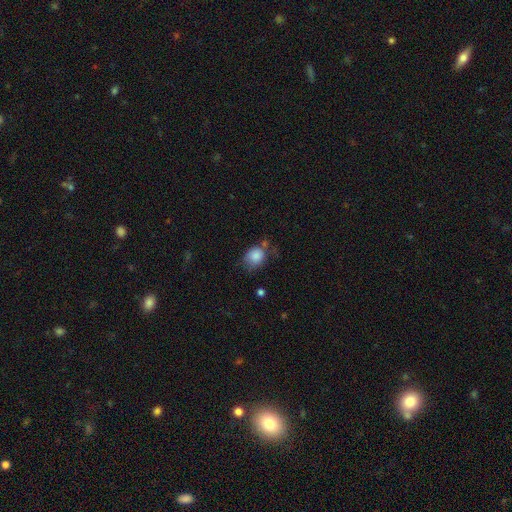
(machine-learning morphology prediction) Smooth or featured: smooth — 84% (star or artifact — 8%)
How rounded: round — 57% (in between — 42%)
Merging: none — 47% (minor disturbance — 32%)